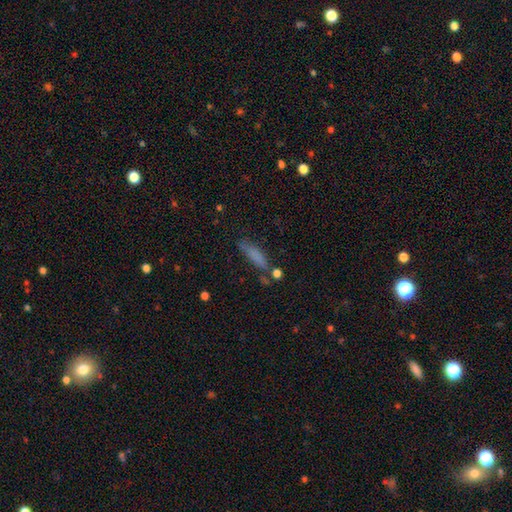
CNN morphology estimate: Smooth or featured?
  - smooth: 75% *
  - featured or disk: 15%
  - star or artifact: 11%
How rounded?
  - cigar-shaped: 66% *
  - in between: 31%
  - round: 3%
Merging?
  - none: 62% *
  - minor disturbance: 21%
  - merger: 9%
  - major disturbance: 8%